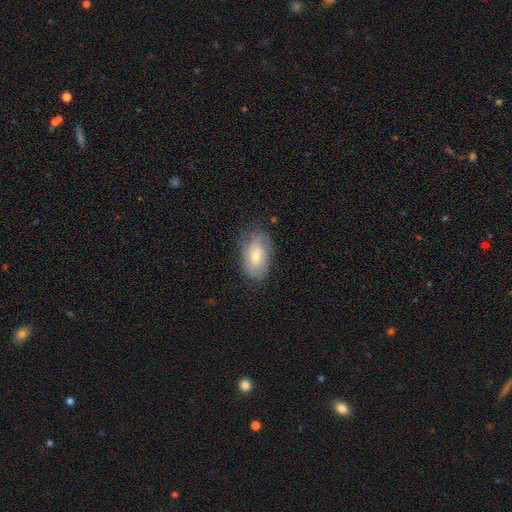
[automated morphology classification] type=smooth (65%); roundness=in between (92%); merging=none (68%).